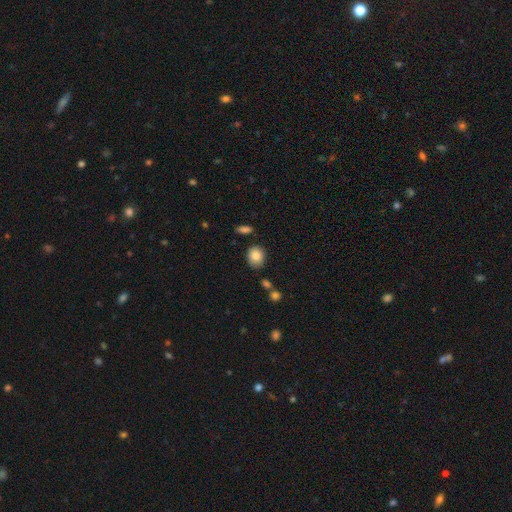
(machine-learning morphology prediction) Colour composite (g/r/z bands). It shows a smooth galaxy with no disk features (86%) that is round (55%). Merging: none (78%).